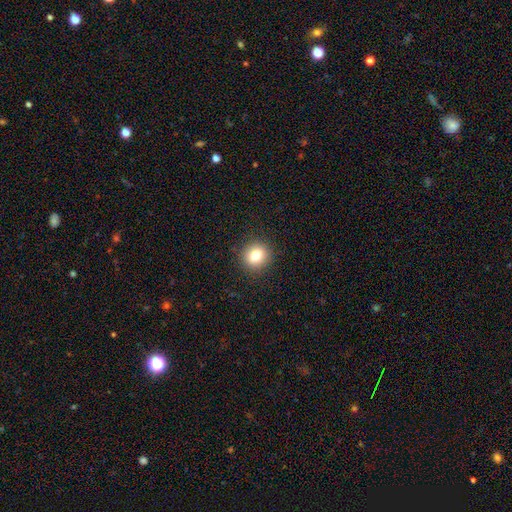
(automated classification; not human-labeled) smooth 80%, star or artifact 11%, featured or disk 9%. Down the decision tree: how rounded — round (87%); merging — none (91%).